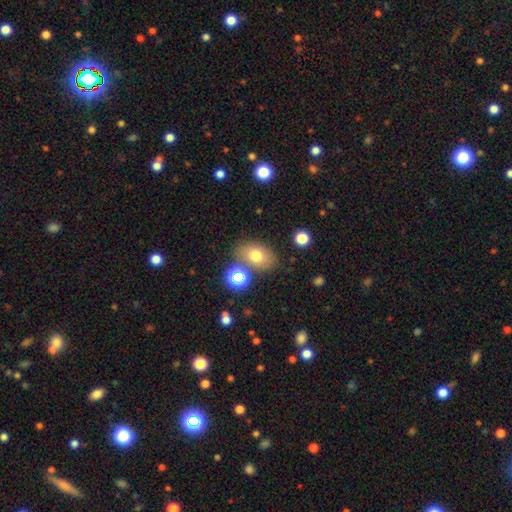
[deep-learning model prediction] Overall: smooth (72%). How rounded: in between (73%). Merging: none (72%).